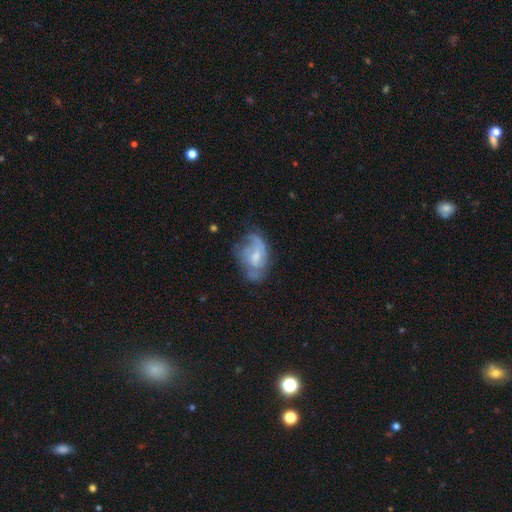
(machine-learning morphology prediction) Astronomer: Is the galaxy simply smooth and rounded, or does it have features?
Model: featured or disk — 71%.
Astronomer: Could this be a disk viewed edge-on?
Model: no — 96%.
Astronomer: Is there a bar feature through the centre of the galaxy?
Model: no — 48% (runner-up: weak, 44%).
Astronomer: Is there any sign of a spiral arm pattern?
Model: yes — 80%.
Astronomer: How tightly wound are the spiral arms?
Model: medium — 44% (runner-up: tight, 30%).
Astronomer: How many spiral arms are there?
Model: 2 — 41% (runner-up: can't tell, 31%).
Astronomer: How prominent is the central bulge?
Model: moderate — 46% (runner-up: small, 37%).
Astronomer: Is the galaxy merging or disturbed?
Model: none — 49% (runner-up: minor disturbance, 26%).